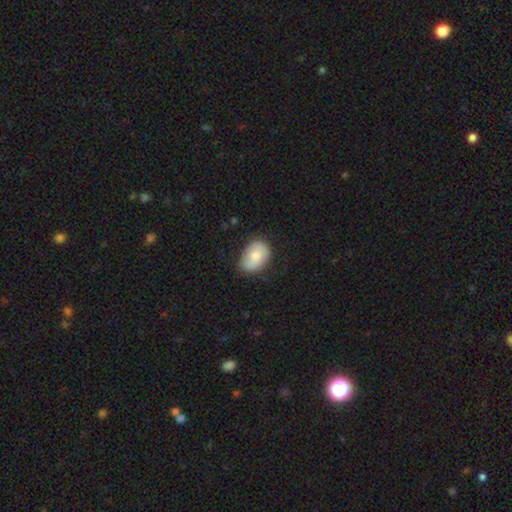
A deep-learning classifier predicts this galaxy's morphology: This is likely a smooth galaxy (68%). How rounded: likely in between (75%). Merging: likely none (67%).